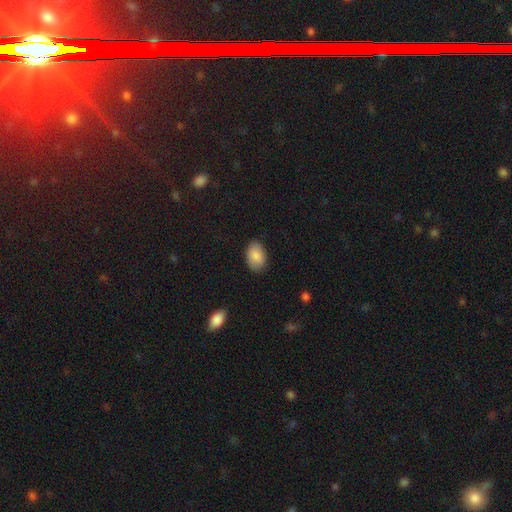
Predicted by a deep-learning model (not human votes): smooth-or-featured: smooth: 87% | star or artifact: 6% | featured or disk: 6%
  how-rounded: in between: 89% | round: 10% | cigar-shaped: 1%
  merging: none: 84% | minor disturbance: 13% | major disturbance: 3% | merger: 1%